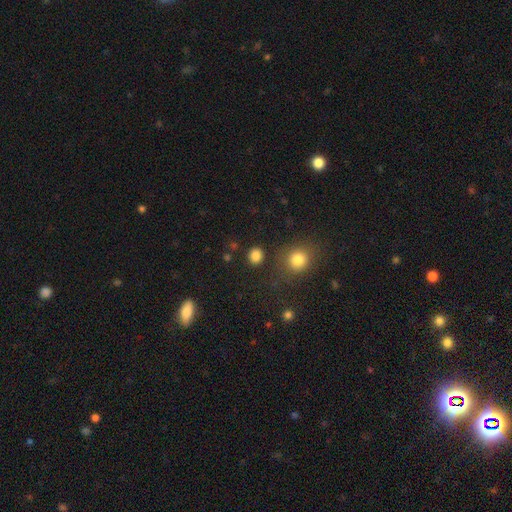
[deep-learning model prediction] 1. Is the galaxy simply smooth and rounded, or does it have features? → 84% smooth, 13% star or artifact, 4% featured or disk.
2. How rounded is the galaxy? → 86% round, 13% in between, 1% cigar-shaped.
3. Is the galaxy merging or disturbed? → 87% none, 7% minor disturbance, 3% merger, 3% major disturbance.